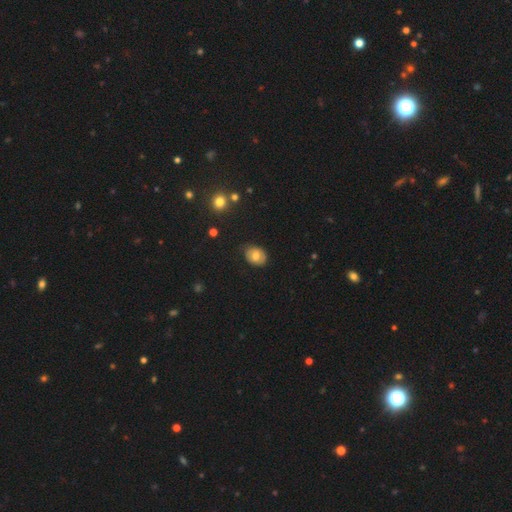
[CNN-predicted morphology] Smooth or featured? Predicted: smooth (p=0.69). How rounded? Predicted: in between (p=0.62). Merging? Predicted: none (p=0.81).